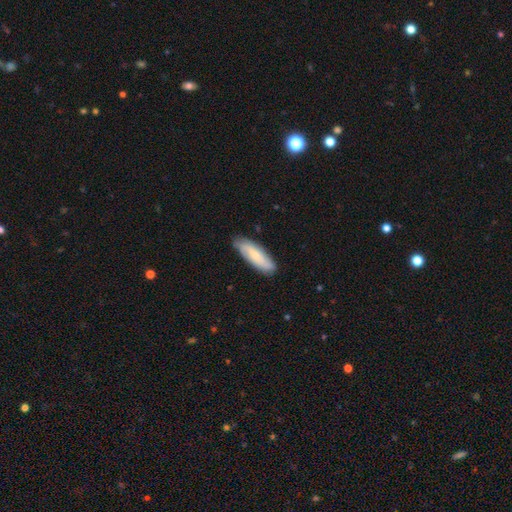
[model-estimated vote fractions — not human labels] Smooth or featured? smooth (64%)
How rounded? in between (52%)
Merging? none (83%)